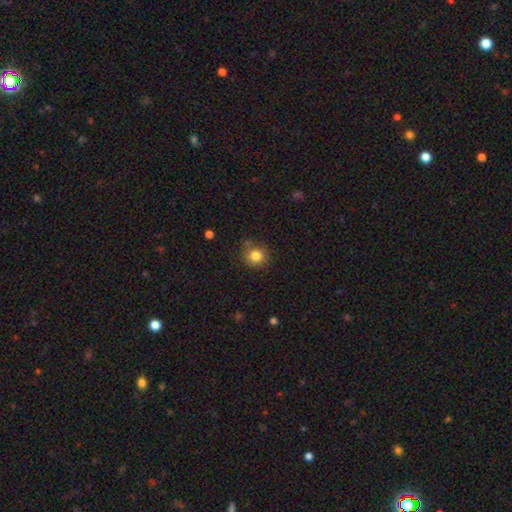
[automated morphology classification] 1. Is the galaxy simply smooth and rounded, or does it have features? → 82% smooth, 12% star or artifact, 6% featured or disk.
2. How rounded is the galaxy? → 89% round, 10% in between, 1% cigar-shaped.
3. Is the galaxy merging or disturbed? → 79% none, 13% minor disturbance, 4% merger, 3% major disturbance.